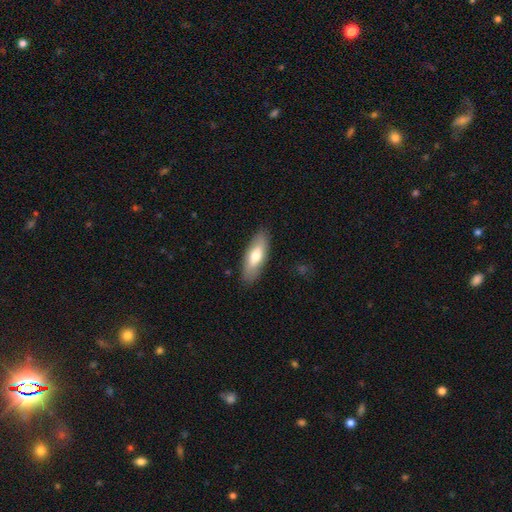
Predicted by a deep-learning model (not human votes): smooth-or-featured: smooth: 70% | featured or disk: 25% | star or artifact: 5%
  how-rounded: in between: 67% | cigar-shaped: 30% | round: 2%
  merging: none: 87% | minor disturbance: 10% | major disturbance: 2% | merger: 1%